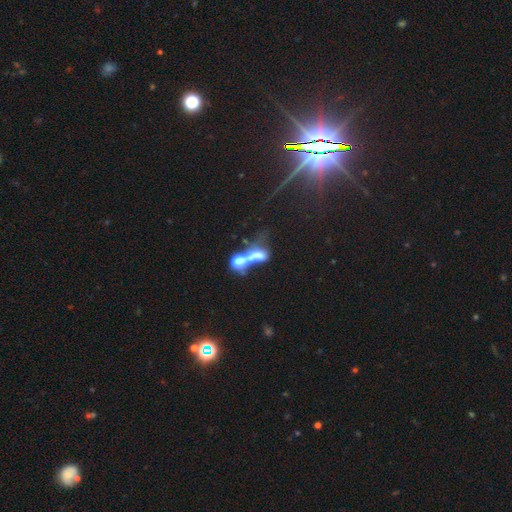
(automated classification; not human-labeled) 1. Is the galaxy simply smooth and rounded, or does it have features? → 51% smooth, 35% featured or disk, 14% star or artifact.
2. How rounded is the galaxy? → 59% in between, 21% cigar-shaped, 20% round.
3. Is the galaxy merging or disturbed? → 70% merger, 14% major disturbance, 10% none, 5% minor disturbance.